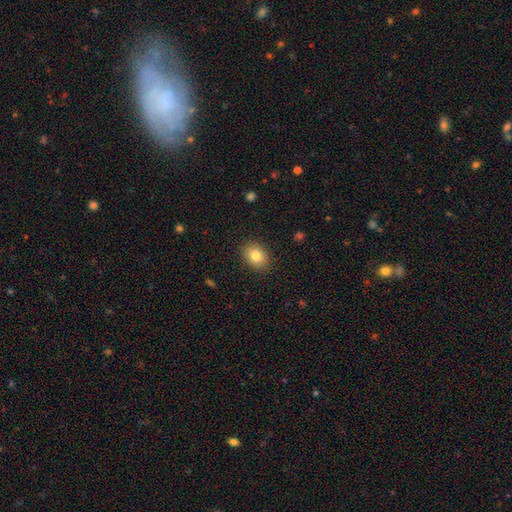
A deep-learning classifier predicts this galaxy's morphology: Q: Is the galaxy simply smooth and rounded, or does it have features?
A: smooth — 84%.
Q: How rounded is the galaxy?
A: in between — 61%.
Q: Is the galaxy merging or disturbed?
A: none — 88%.